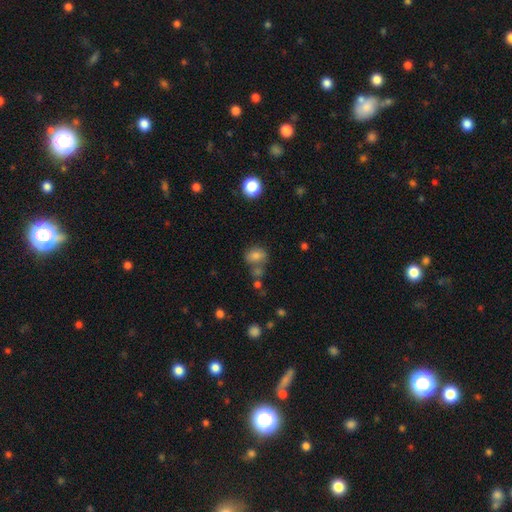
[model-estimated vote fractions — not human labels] A smooth galaxy with no disk features (76%) that is in between round and cigar-shaped (56%).

Vote fractions:
- Smooth or featured? smooth: 76% / star or artifact: 13% / featured or disk: 10%
- How rounded? in between: 56% / round: 42% / cigar-shaped: 2%
- Merging? none: 54% / merger: 20% / minor disturbance: 18% / major disturbance: 8%